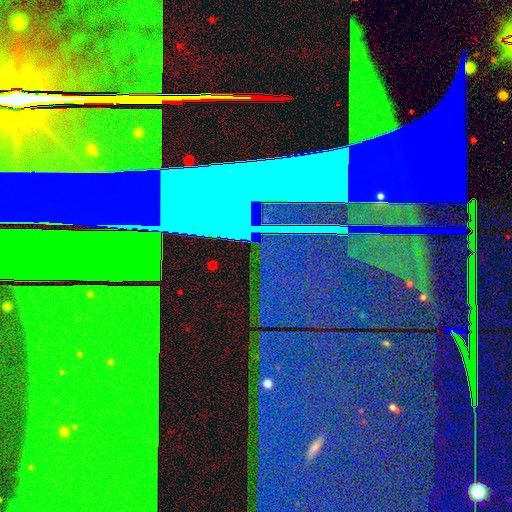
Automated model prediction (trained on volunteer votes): Q: Smooth or featured?
A: star or artifact (78%); runner-up: featured or disk (13%)